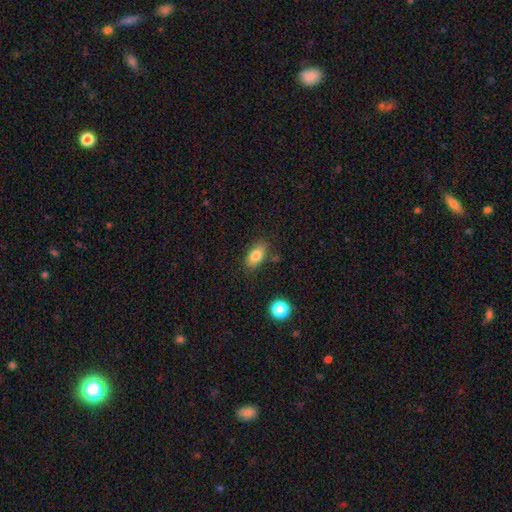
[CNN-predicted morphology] type=smooth (82%); roundness=in between (88%); merging=none (80%).